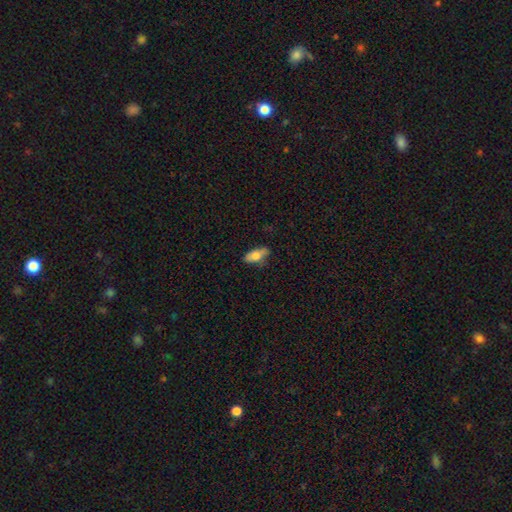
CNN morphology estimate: This is likely a smooth galaxy (71%). How rounded: clearly in between (82%). Merging: likely none (74%).